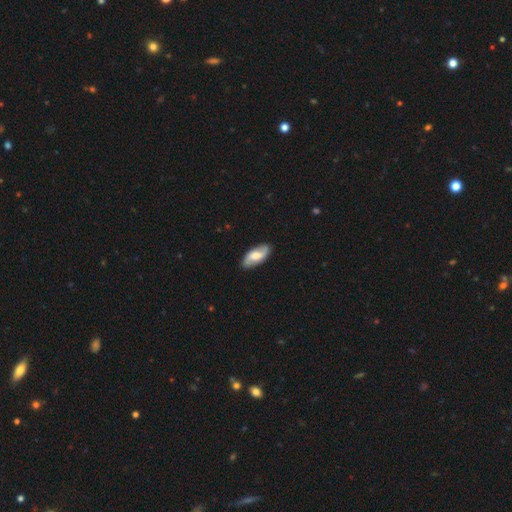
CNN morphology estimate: The model was most divided on "bar": weak: 44%, no: 42%, strong: 14%. More confident: edge-on disk — no (92%); spiral arm count — 2 (91%); spiral arms — yes (90%); merging — none (87%); smooth or featured — featured or disk (64%); bulge size — moderate (57%); spiral winding — loose (55%).